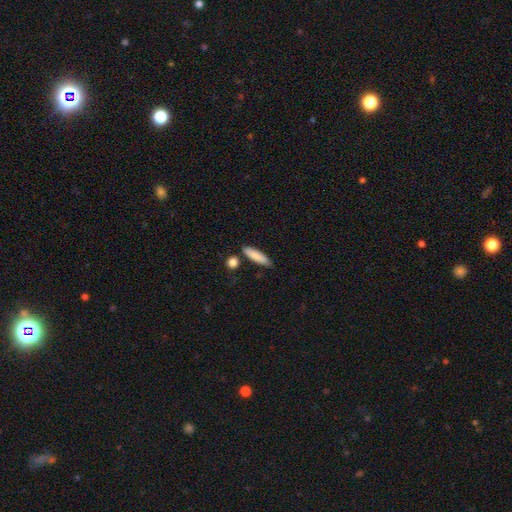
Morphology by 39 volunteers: A smooth galaxy with no disk features (87%) that is cigar-shaped (56%). Merging: none (79%).